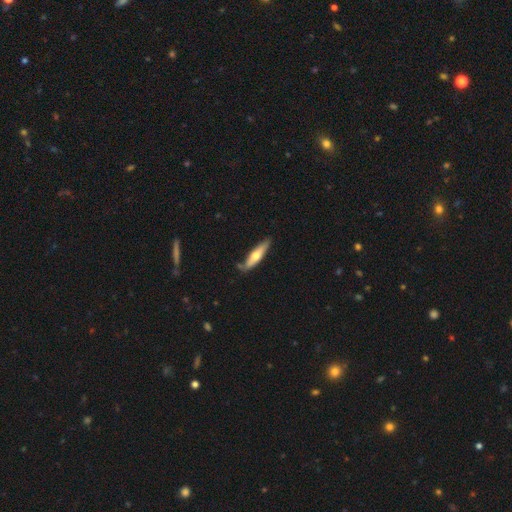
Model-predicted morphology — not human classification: Smooth or featured? Predicted: smooth (p=0.51). How rounded? Predicted: cigar-shaped (p=0.78). Merging? Predicted: none (p=0.75).